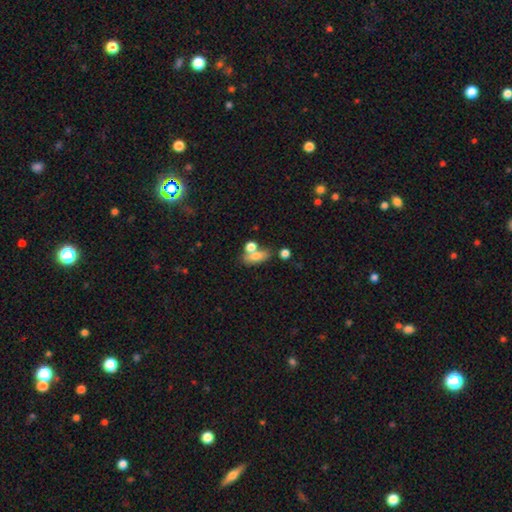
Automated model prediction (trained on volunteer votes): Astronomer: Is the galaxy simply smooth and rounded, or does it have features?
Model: smooth — 73%.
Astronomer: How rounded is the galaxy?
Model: in between — 74%.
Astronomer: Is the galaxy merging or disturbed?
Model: none — 45% (runner-up: merger, 34%).